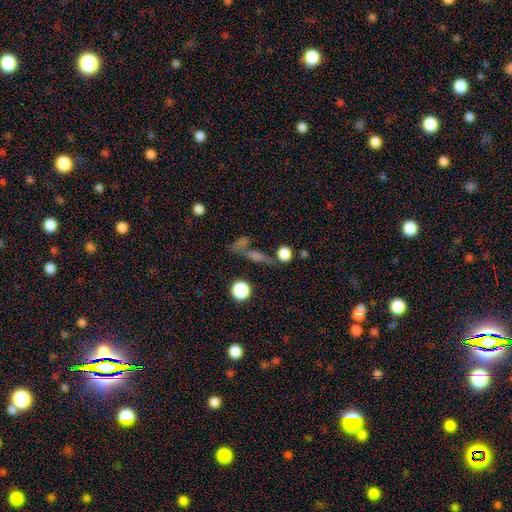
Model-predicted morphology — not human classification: A smooth galaxy with no disk features (47%). Merging: none (50%).